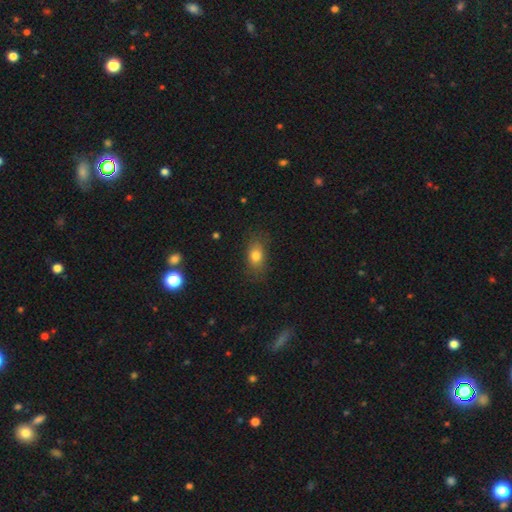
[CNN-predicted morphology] Smooth or featured: smooth — 78% (star or artifact — 11%)
How rounded: in between — 77% (round — 18%)
Merging: none — 80% (minor disturbance — 14%)